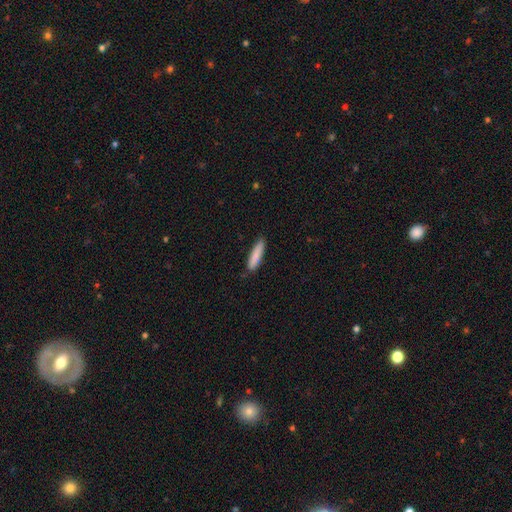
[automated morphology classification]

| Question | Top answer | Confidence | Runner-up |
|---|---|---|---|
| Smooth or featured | smooth | 83% | featured or disk (11%) |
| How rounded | cigar-shaped | 79% | in between (20%) |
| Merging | none | 86% | minor disturbance (11%) |